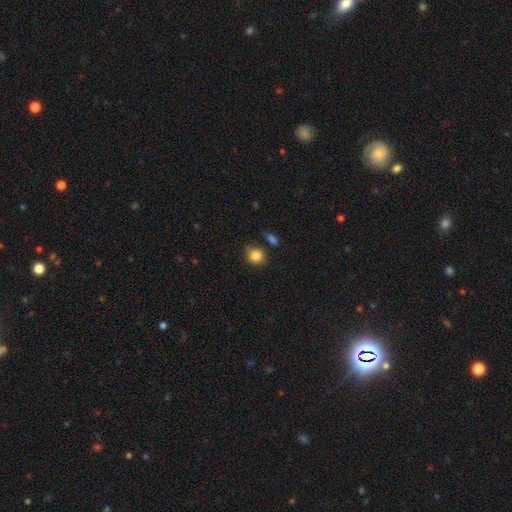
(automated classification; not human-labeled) Overall: smooth (85%). How rounded: round (81%). Merging: none (75%).